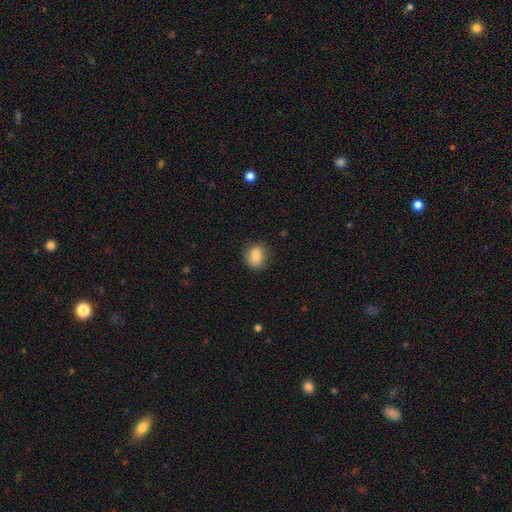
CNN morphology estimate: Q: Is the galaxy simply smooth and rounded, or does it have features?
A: smooth — 84%.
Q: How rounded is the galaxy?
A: in between — 52%.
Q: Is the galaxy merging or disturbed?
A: none — 78%.